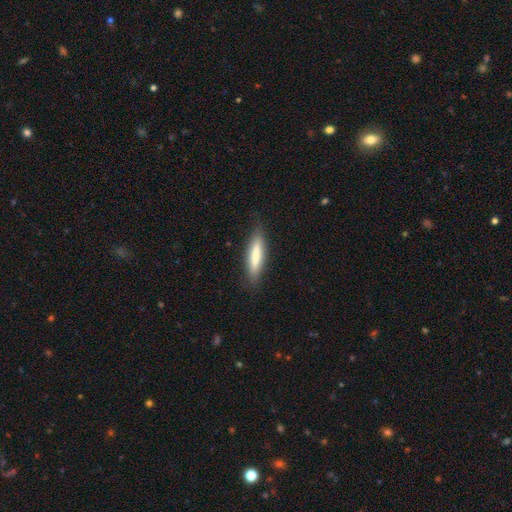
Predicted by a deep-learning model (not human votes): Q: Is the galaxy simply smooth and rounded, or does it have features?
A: smooth — 73%.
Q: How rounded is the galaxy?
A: cigar-shaped — 81%.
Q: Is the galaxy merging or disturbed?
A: none — 85%.